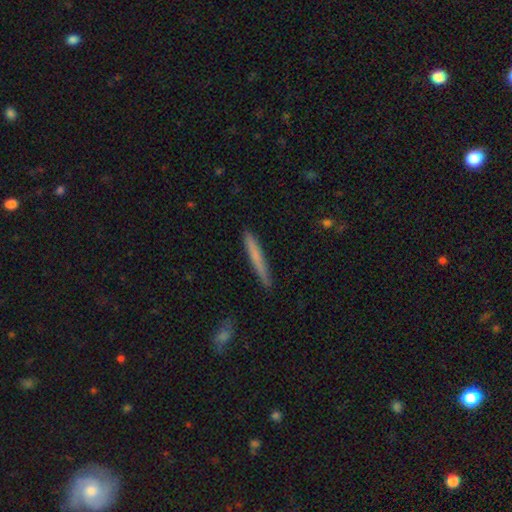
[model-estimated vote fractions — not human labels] Smooth or featured?
  - smooth: 66% *
  - featured or disk: 28%
  - star or artifact: 6%
How rounded?
  - cigar-shaped: 96% *
  - in between: 2%
  - round: 1%
Merging?
  - none: 88% *
  - minor disturbance: 9%
  - major disturbance: 2%
  - merger: 1%